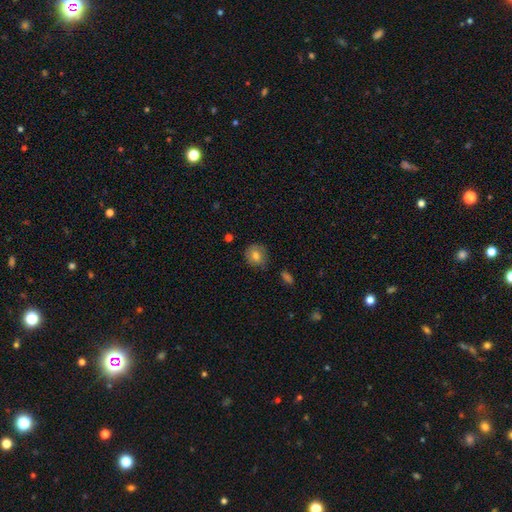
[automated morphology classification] A smooth galaxy with no disk features (72%) that is round (84%). Merging: none (80%).